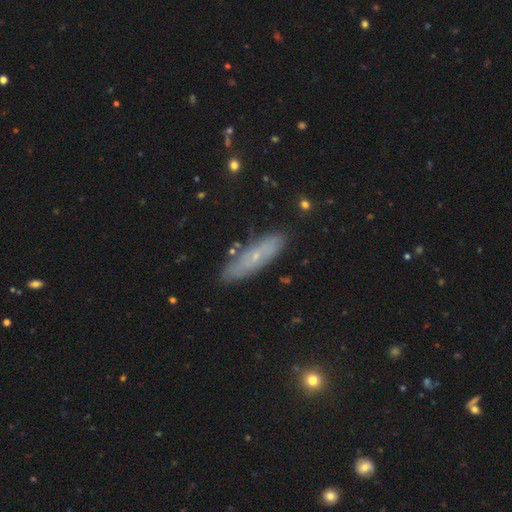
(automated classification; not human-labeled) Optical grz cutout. It shows a featured or disk galaxy (49%). Merging: none (84%).